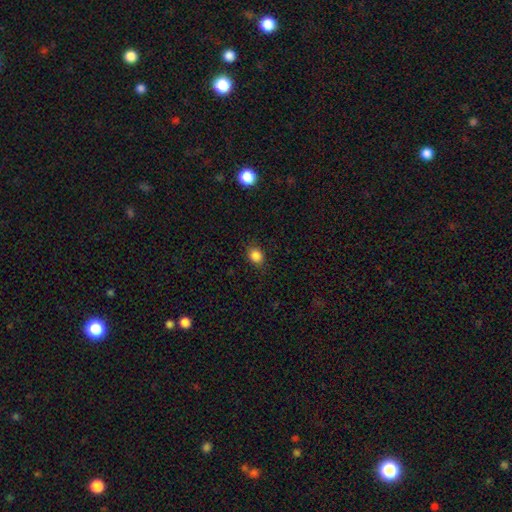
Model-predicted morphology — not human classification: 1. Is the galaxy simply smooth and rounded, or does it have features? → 85% smooth, 11% star or artifact, 4% featured or disk.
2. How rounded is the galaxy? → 56% round, 43% in between, 1% cigar-shaped.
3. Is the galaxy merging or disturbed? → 83% none, 12% minor disturbance, 3% major disturbance, 1% merger.